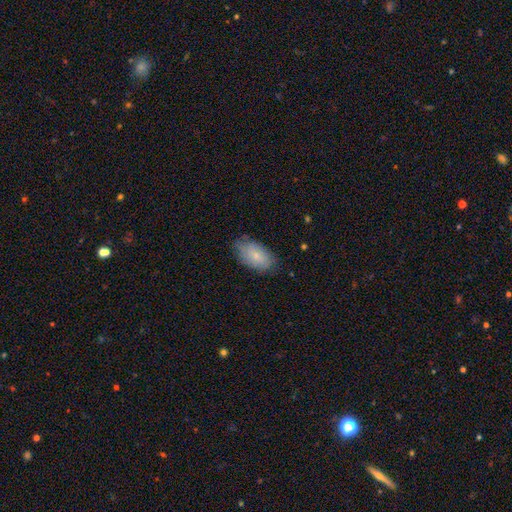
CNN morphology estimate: A smooth galaxy with no disk features (76%) that is in between round and cigar-shaped (94%). Merging: none (72%).